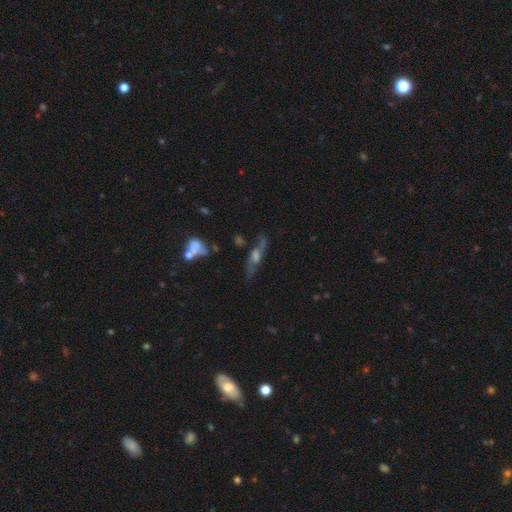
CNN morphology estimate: This appears to be a featured or disk galaxy (67%) viewed edge-on (52%). Merging: none (62%).